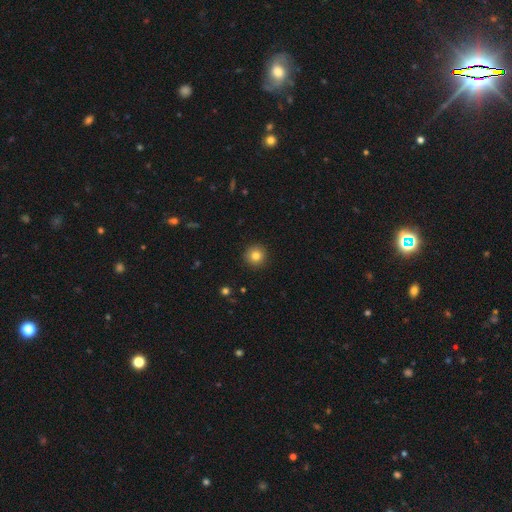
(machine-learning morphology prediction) A smooth galaxy with no disk features (82%) that is round (95%). Merging: none (93%).